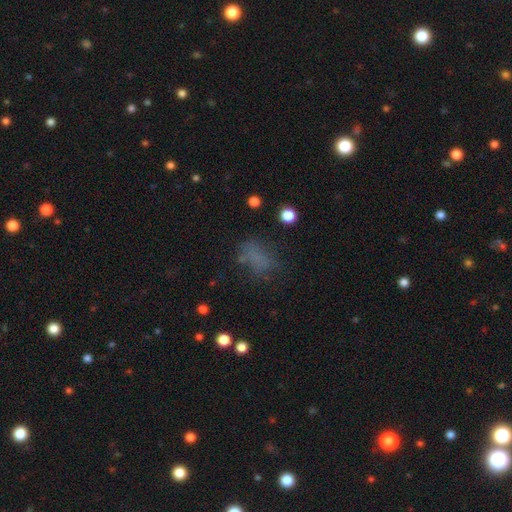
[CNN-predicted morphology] This is possibly a smooth galaxy (60%). How rounded: likely in between (75%). Merging: possibly none (54%).